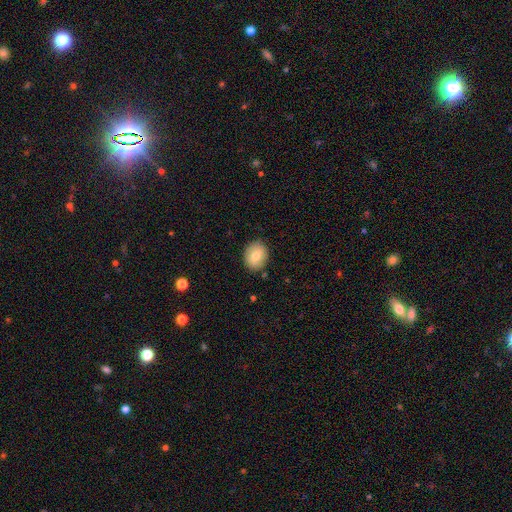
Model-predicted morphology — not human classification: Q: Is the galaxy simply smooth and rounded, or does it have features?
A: smooth — 75%.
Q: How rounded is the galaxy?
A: in between — 53%.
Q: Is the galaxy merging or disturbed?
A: none — 86%.